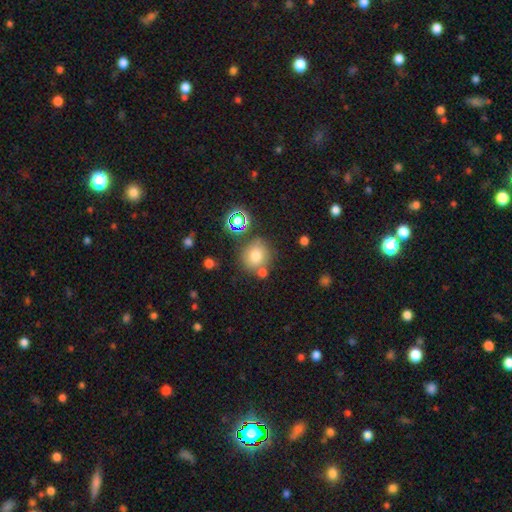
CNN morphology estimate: This appears to be a smooth galaxy with no disk features (72%) that is round (87%). Merging: none (69%).